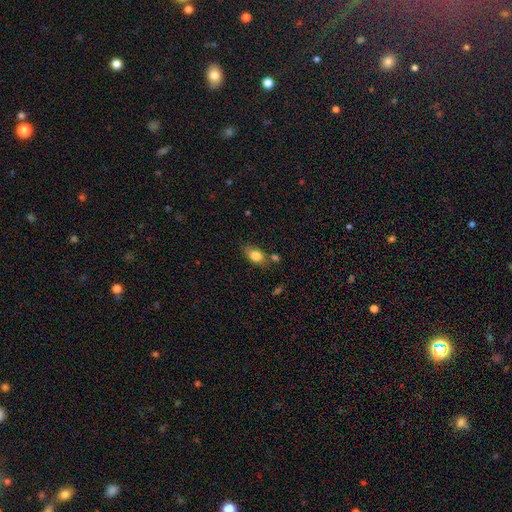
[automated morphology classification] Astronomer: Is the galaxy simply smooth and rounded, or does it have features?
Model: smooth — 81%.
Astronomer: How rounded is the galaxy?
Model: in between — 82%.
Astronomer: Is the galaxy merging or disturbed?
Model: none — 63%.